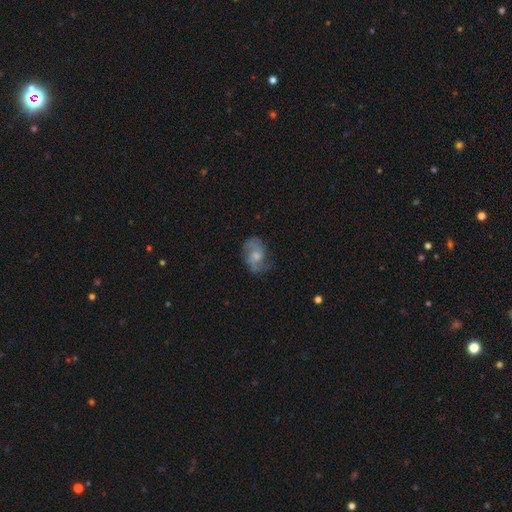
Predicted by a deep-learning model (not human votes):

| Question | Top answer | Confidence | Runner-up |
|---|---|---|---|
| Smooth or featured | featured or disk | 67% | smooth (26%) |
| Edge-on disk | no | 97% | yes (3%) |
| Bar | no | 57% | weak (37%) |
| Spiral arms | yes | 89% | no (11%) |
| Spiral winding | medium | 47% | loose (37%) |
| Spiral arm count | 2 | 82% | can't tell (9%) |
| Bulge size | moderate | 47% | small (29%) |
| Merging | none | 66% | minor disturbance (21%) |